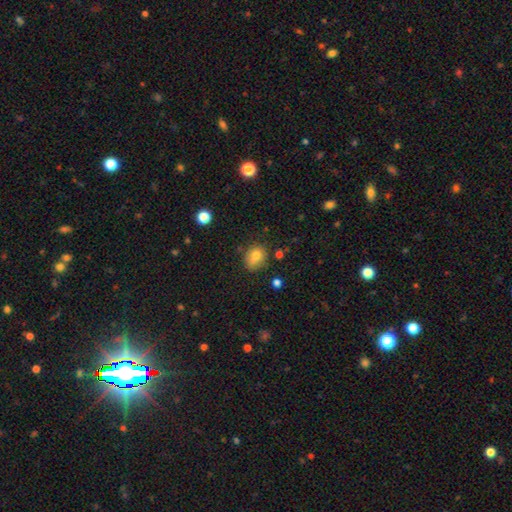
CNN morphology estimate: A smooth galaxy with no disk features (76%) that is round (53%).

Vote fractions:
- Smooth or featured? smooth: 76% / star or artifact: 12% / featured or disk: 12%
- How rounded? round: 53% / in between: 46% / cigar-shaped: 1%
- Merging? none: 62% / minor disturbance: 24% / merger: 8% / major disturbance: 7%